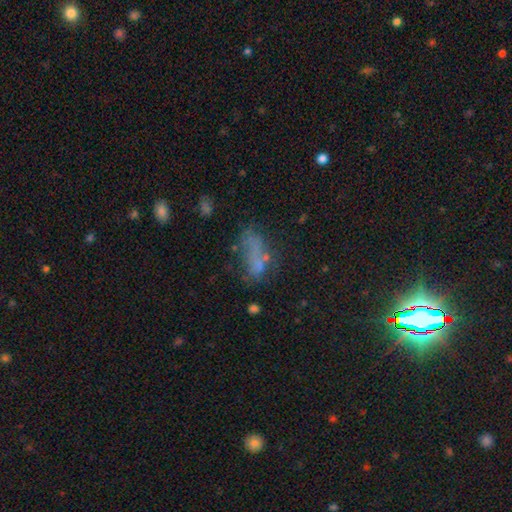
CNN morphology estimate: A smooth galaxy with no disk features (42%).

Vote fractions:
- Smooth or featured? smooth: 42% / star or artifact: 32% / featured or disk: 26%
- Merging? none: 38% / major disturbance: 28% / minor disturbance: 22% / merger: 13%